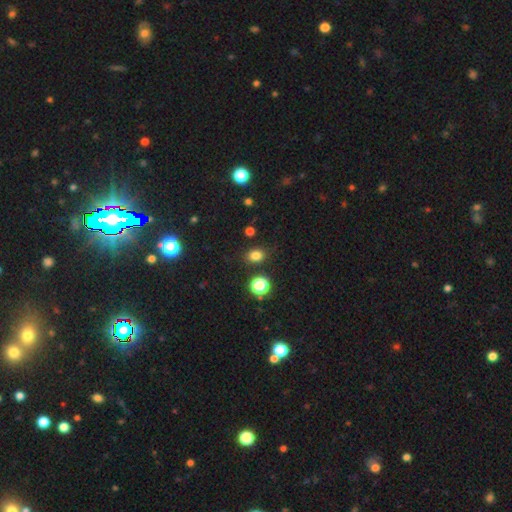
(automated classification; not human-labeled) Q: Smooth or featured?
A: smooth (79%); runner-up: star or artifact (16%)
Q: How rounded?
A: in between (55%); runner-up: round (44%)
Q: Merging?
A: none (83%); runner-up: minor disturbance (10%)